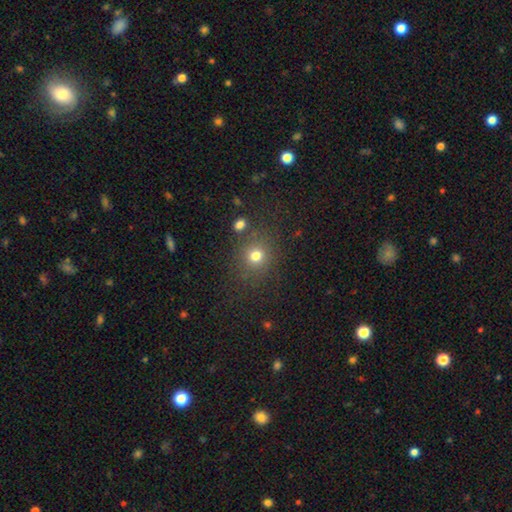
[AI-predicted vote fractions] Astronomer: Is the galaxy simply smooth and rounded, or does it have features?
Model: smooth — 74%.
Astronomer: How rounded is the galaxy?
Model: round — 84%.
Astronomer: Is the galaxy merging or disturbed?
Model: none — 80%.